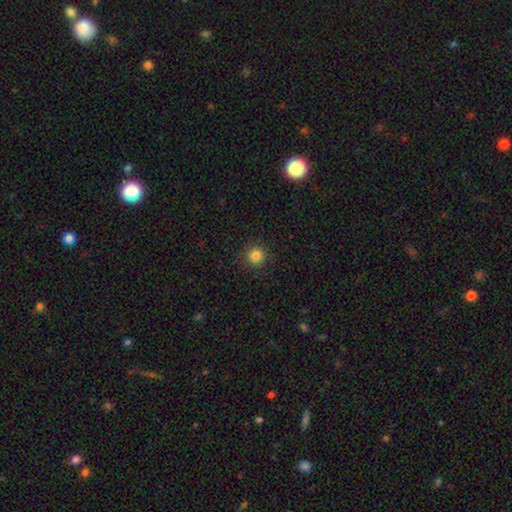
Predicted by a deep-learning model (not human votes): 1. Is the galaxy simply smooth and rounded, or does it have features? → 82% smooth, 13% star or artifact, 5% featured or disk.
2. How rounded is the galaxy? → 95% round, 4% in between, 1% cigar-shaped.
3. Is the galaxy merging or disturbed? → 91% none, 6% minor disturbance, 2% major disturbance, 1% merger.